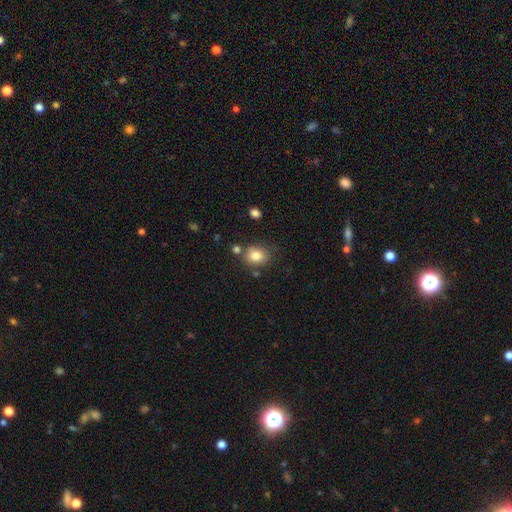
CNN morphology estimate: Smooth or featured? smooth (81%)
How rounded? round (56%)
Merging? none (71%)